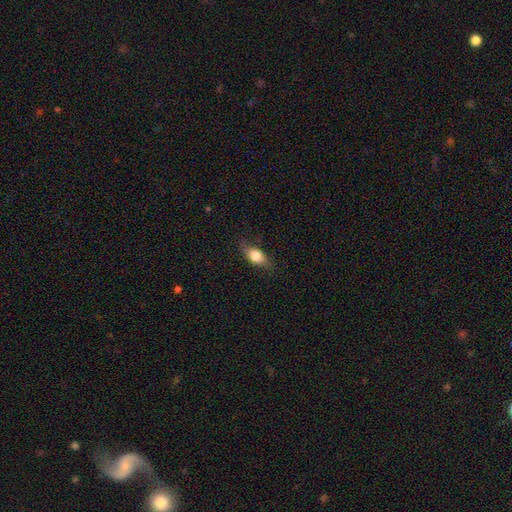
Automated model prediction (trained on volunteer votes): Smooth or featured? smooth (73%)
How rounded? in between (78%)
Merging? none (73%)